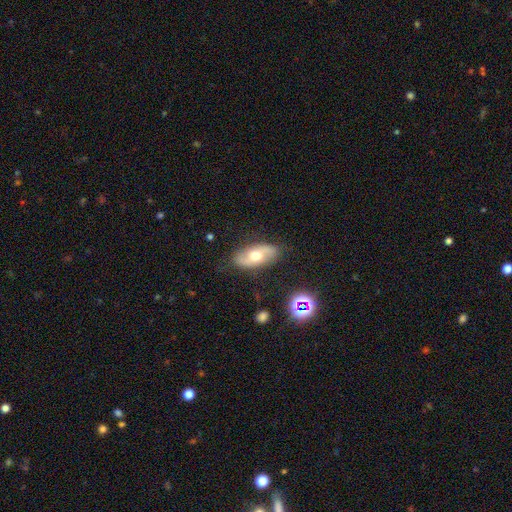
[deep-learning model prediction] This appears to be a featured or disk galaxy (47%). Merging: none (81%).